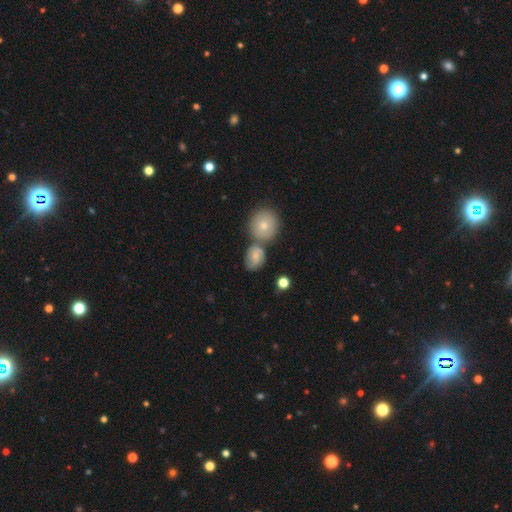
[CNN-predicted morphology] type=smooth (63%); roundness=in between (50%); merging=none (43%).